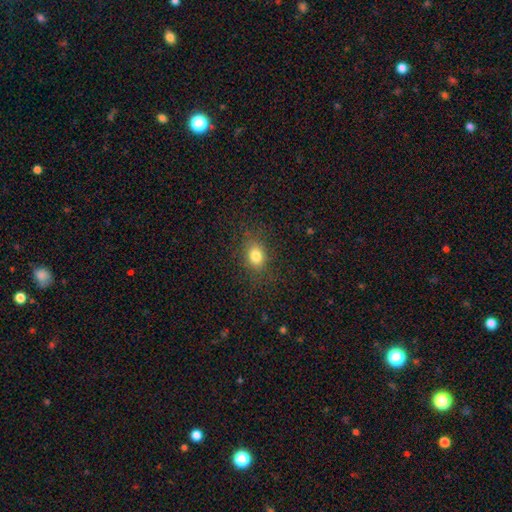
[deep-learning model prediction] A smooth galaxy with no disk features (80%) that is in between round and cigar-shaped (58%). Merging: none (82%).